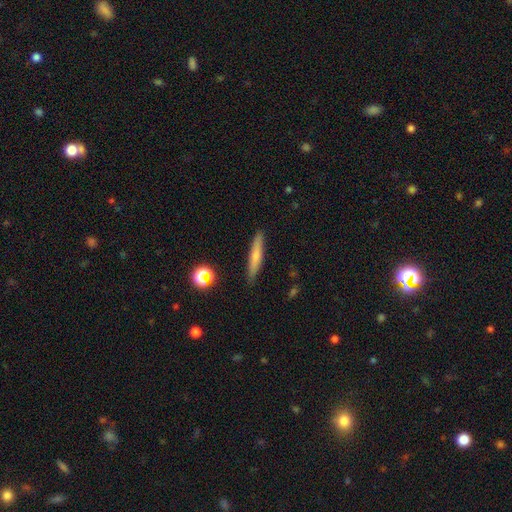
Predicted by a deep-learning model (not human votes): This appears to be a smooth galaxy with no disk features (59%) that is cigar-shaped (90%). Merging: none (87%).